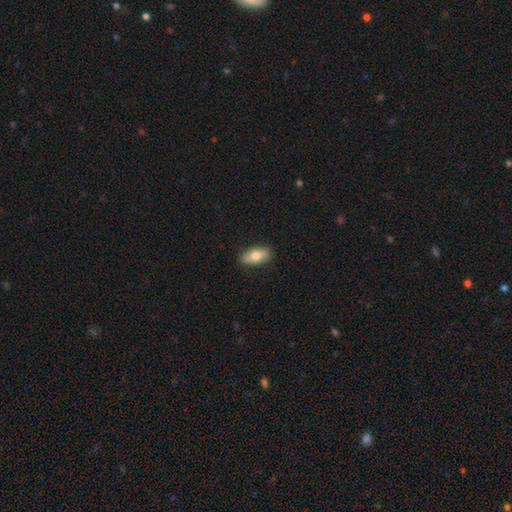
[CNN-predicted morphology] Q: Smooth or featured?
A: smooth (74%); runner-up: featured or disk (19%)
Q: How rounded?
A: in between (90%); runner-up: cigar-shaped (6%)
Q: Merging?
A: none (85%); runner-up: minor disturbance (12%)